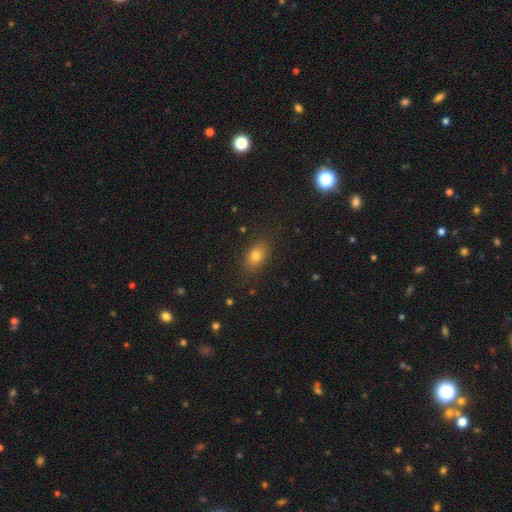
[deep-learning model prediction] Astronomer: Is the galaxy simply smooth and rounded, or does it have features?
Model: smooth — 77%.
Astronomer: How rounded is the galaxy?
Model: in between — 78%.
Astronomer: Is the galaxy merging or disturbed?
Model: none — 84%.